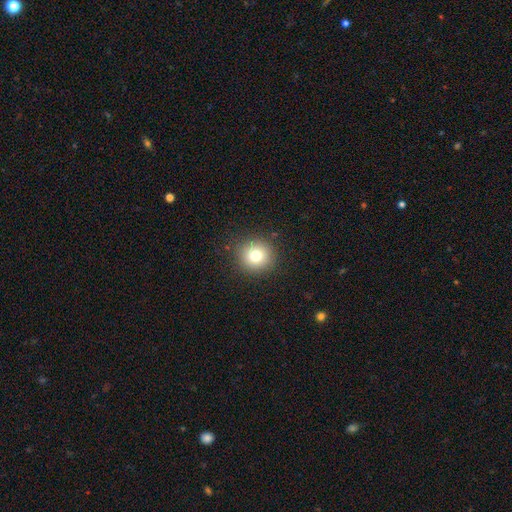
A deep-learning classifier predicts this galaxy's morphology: smooth-or-featured: smooth: 77% | star or artifact: 13% | featured or disk: 10%
  how-rounded: round: 93% | in between: 6% | cigar-shaped: 1%
  merging: none: 89% | minor disturbance: 7% | major disturbance: 3% | merger: 1%